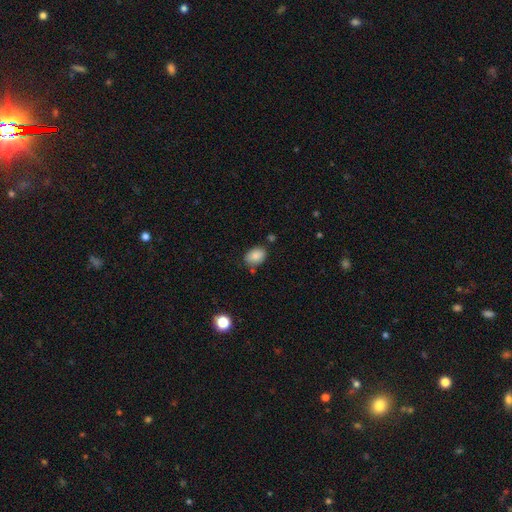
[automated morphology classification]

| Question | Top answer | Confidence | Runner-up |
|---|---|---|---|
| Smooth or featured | smooth | 85% | star or artifact (8%) |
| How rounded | in between | 80% | round (19%) |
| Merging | none | 74% | minor disturbance (17%) |